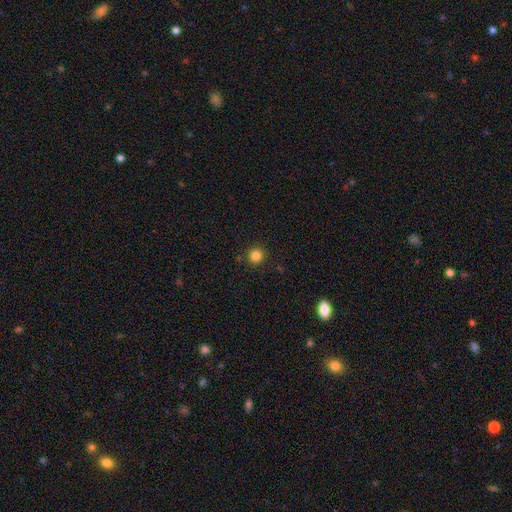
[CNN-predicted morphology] Smooth or featured? Predicted: smooth (p=0.83). How rounded? Predicted: round (p=0.94). Merging? Predicted: none (p=0.90).